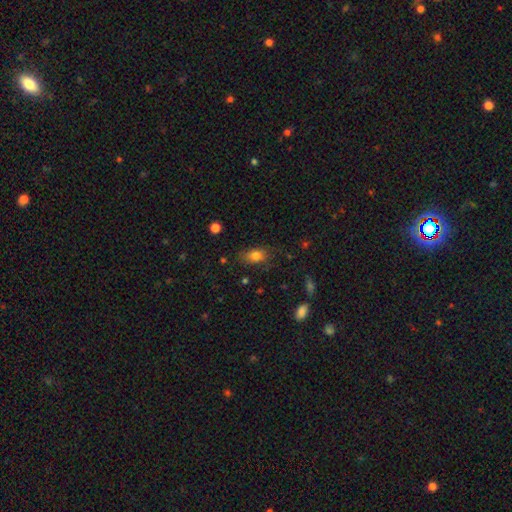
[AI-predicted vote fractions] Smooth or featured?
  - smooth: 79% *
  - featured or disk: 11%
  - star or artifact: 11%
How rounded?
  - in between: 82% *
  - round: 14%
  - cigar-shaped: 4%
Merging?
  - none: 73% *
  - minor disturbance: 19%
  - major disturbance: 6%
  - merger: 2%